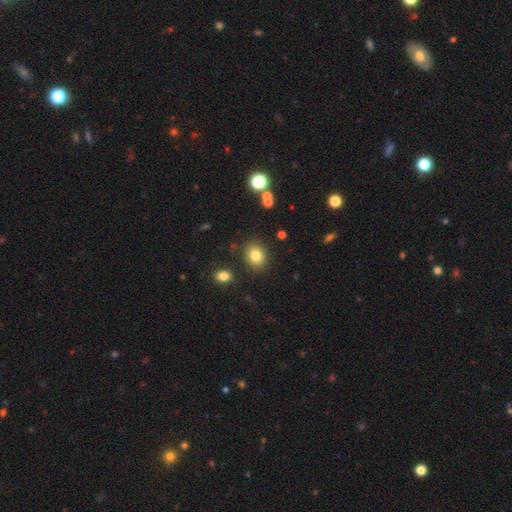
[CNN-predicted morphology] smooth-or-featured: smooth: 81% | star or artifact: 11% | featured or disk: 8%
  how-rounded: round: 51% | in between: 48% | cigar-shaped: 1%
  merging: none: 86% | minor disturbance: 8% | merger: 3% | major disturbance: 3%